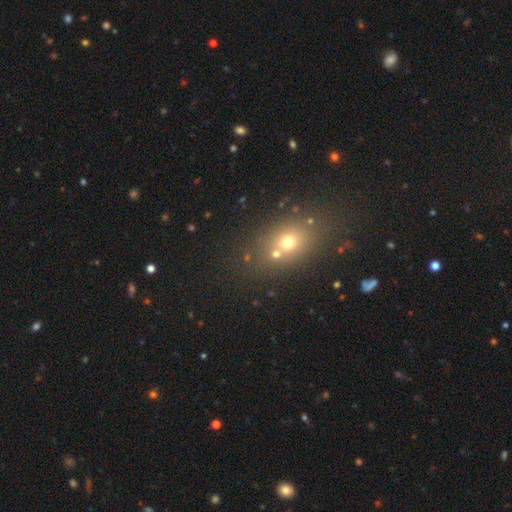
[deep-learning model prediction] Smooth or featured: smooth — 50% (star or artifact — 36%)
Merging: none — 73% (minor disturbance — 11%)